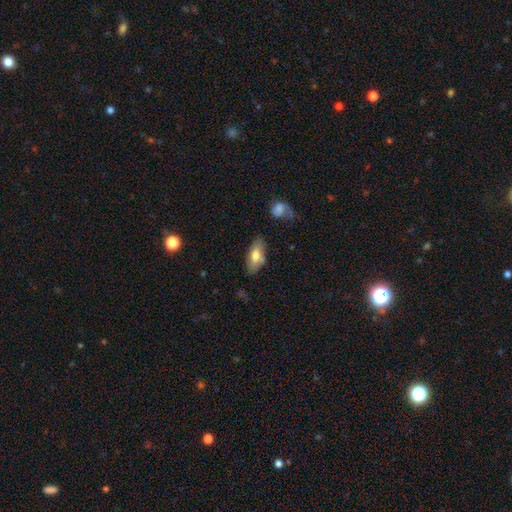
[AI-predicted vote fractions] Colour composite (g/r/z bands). It shows a smooth galaxy with no disk features (70%) that is in between round and cigar-shaped (88%). Merging: none (70%).